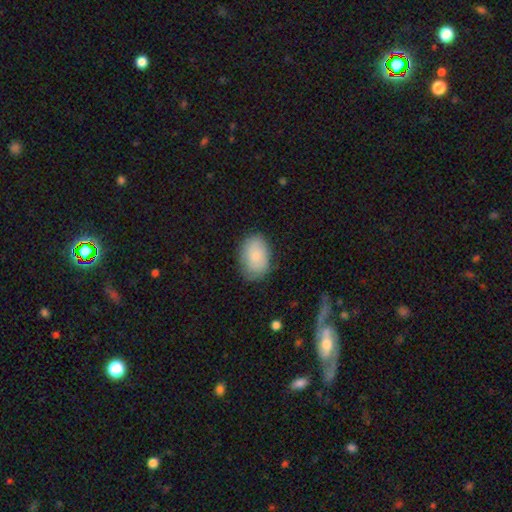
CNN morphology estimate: smooth_or_featured: smooth (p=0.82) [alt: featured or disk p=0.12]
how_rounded: in between (p=0.84) [alt: round p=0.15]
merging: none (p=0.75) [alt: minor disturbance p=0.20]